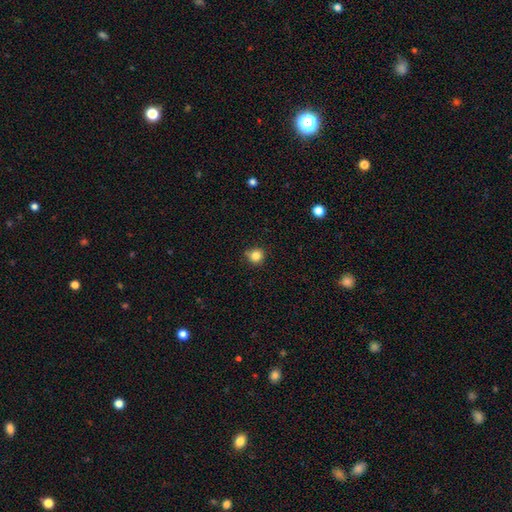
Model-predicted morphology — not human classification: Smooth or featured? smooth (83%)
How rounded? round (92%)
Merging? none (82%)